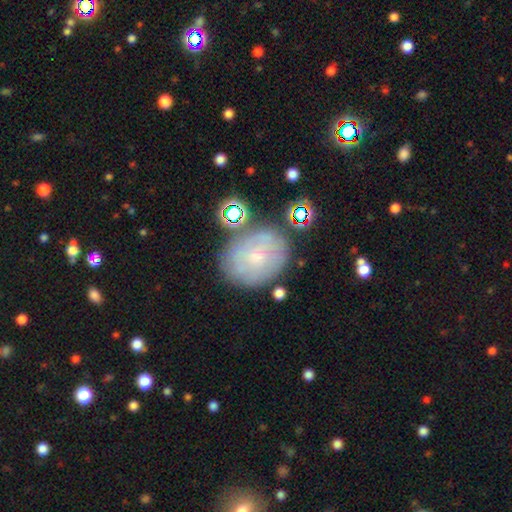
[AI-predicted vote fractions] Morphology: type=smooth (43%, tied with featured or disk); merging=none (69%).